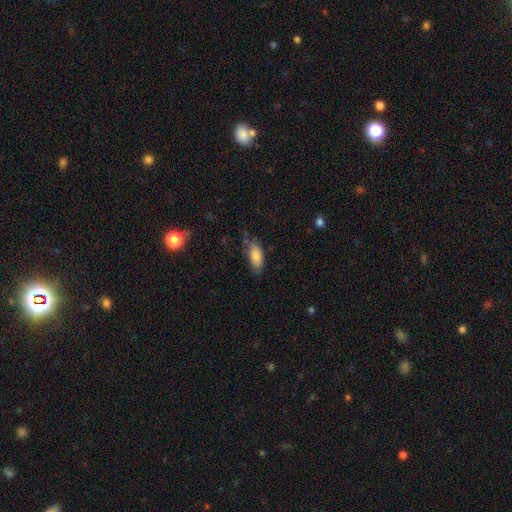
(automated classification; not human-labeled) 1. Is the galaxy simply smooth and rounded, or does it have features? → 81% smooth, 11% featured or disk, 7% star or artifact.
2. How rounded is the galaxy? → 84% in between, 13% cigar-shaped, 2% round.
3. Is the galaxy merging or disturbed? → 67% none, 25% minor disturbance, 5% major disturbance, 3% merger.